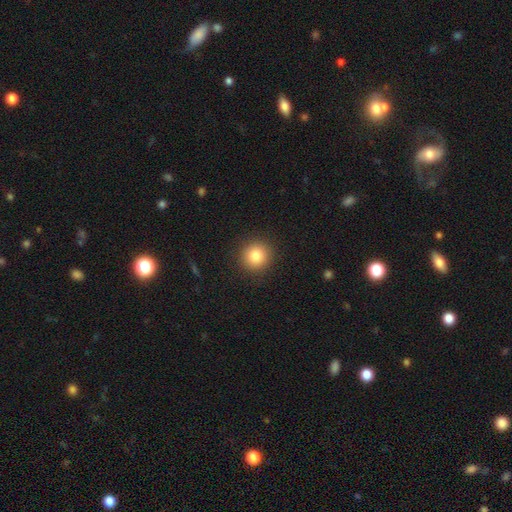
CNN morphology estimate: Smooth or featured: smooth — 83% (star or artifact — 10%)
How rounded: round — 92% (in between — 7%)
Merging: none — 91% (minor disturbance — 6%)